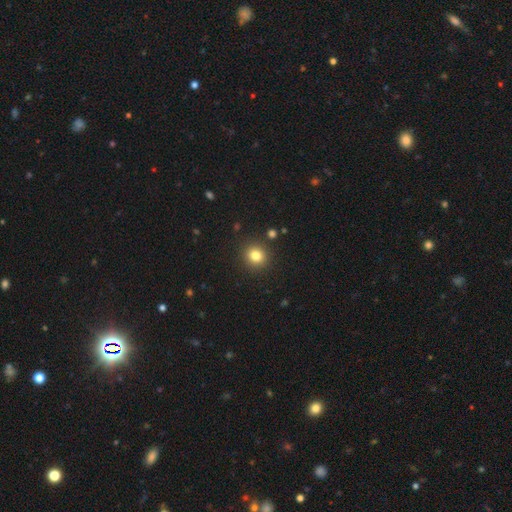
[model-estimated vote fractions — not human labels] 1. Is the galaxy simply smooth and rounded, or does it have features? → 81% smooth, 13% star or artifact, 7% featured or disk.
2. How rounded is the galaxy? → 86% round, 13% in between, 1% cigar-shaped.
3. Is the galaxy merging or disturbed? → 89% none, 6% minor disturbance, 2% major disturbance, 2% merger.